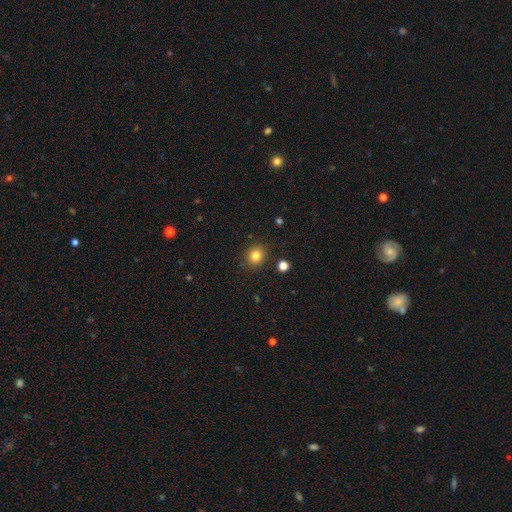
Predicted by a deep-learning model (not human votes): smooth 82%, star or artifact 12%, featured or disk 6%. Down the decision tree: how rounded — round (83%); merging — none (88%).